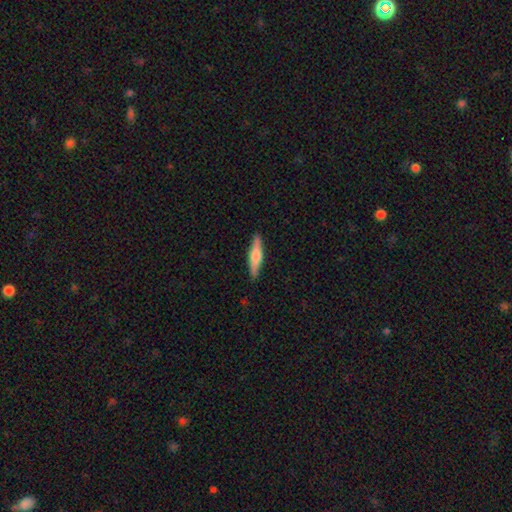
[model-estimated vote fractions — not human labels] Smooth or featured?
  - smooth: 53% *
  - featured or disk: 42%
  - star or artifact: 6%
How rounded?
  - cigar-shaped: 81% *
  - in between: 17%
  - round: 2%
Merging?
  - none: 89% *
  - minor disturbance: 8%
  - major disturbance: 2%
  - merger: 1%